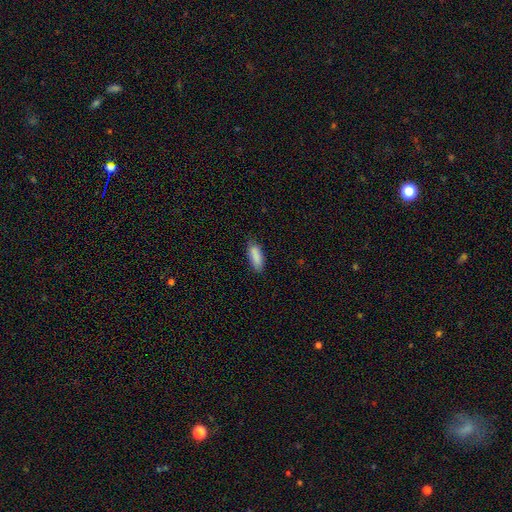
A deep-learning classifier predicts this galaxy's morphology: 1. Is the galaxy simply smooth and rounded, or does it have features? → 88% smooth, 7% star or artifact, 5% featured or disk.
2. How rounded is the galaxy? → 66% in between, 32% cigar-shaped, 2% round.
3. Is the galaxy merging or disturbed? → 78% none, 17% minor disturbance, 3% major disturbance, 1% merger.